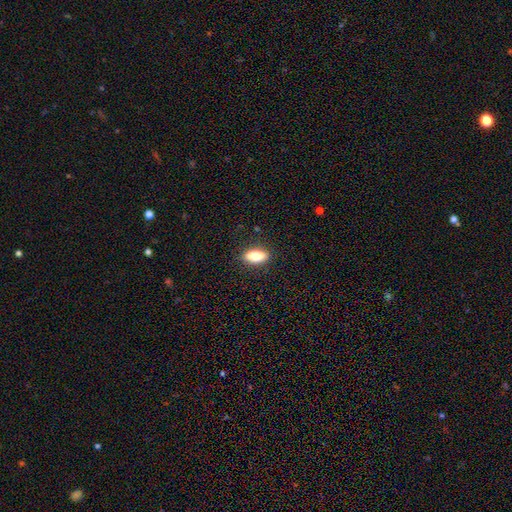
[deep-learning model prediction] A smooth galaxy with no disk features (79%) that is in between round and cigar-shaped (85%). Merging: none (88%).